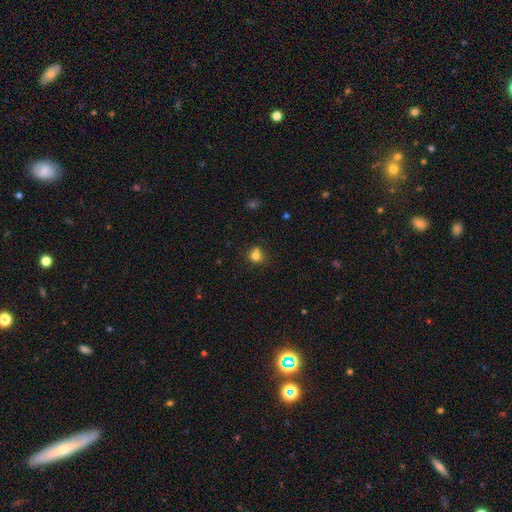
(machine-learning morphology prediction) smooth-or-featured: smooth: 78% | star or artifact: 13% | featured or disk: 9%
  how-rounded: round: 82% | in between: 17% | cigar-shaped: 1%
  merging: none: 60% | merger: 18% | minor disturbance: 17% | major disturbance: 5%